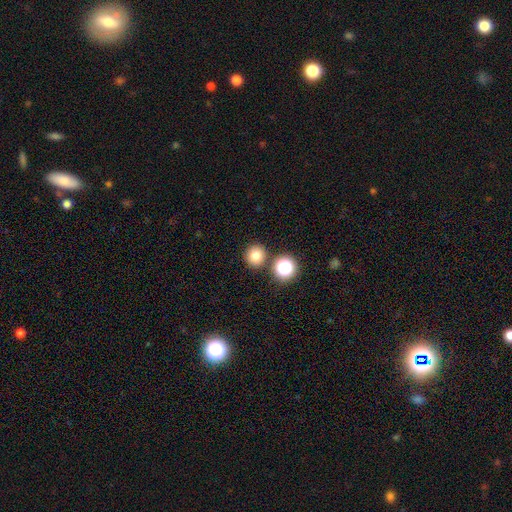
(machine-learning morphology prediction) Q: Smooth or featured?
A: smooth (77%); runner-up: star or artifact (16%)
Q: How rounded?
A: round (92%); runner-up: in between (7%)
Q: Merging?
A: none (83%); runner-up: merger (8%)